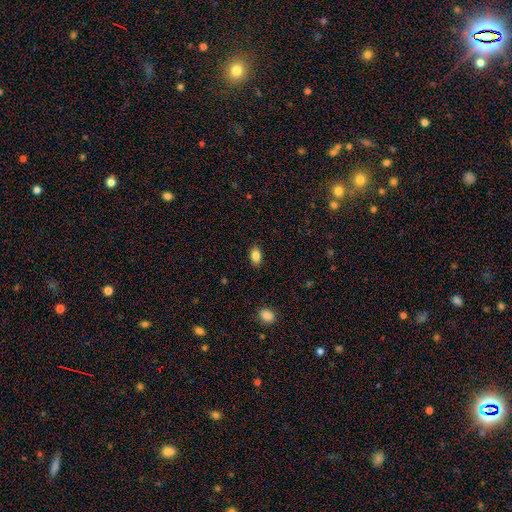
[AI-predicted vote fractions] Q: Smooth or featured?
A: smooth (85%); runner-up: star or artifact (9%)
Q: How rounded?
A: in between (90%); runner-up: round (8%)
Q: Merging?
A: none (87%); runner-up: minor disturbance (9%)